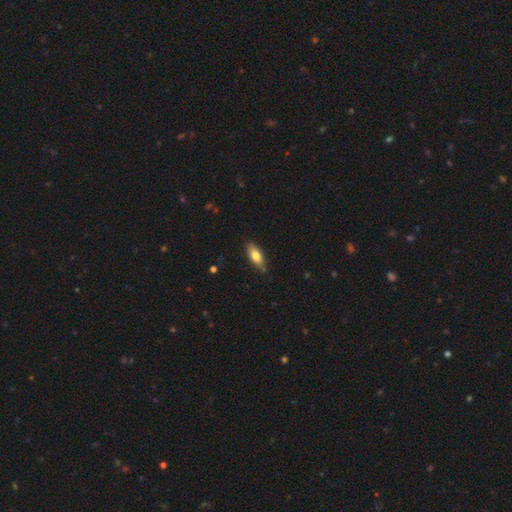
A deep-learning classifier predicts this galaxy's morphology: This appears to be a smooth galaxy with no disk features (73%) that is in between round and cigar-shaped (78%). Merging: none (78%).